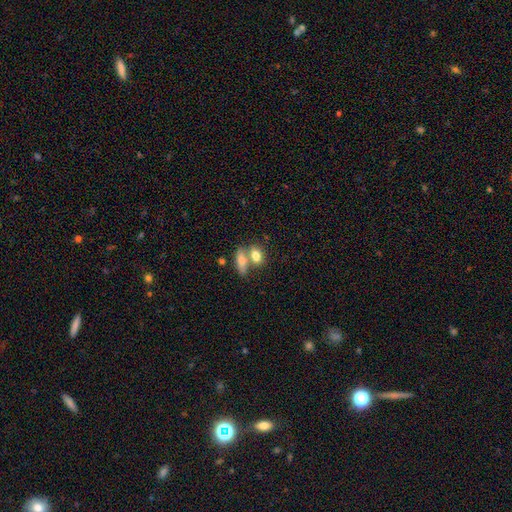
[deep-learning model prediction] Smooth or featured: smooth — 79% (featured or disk — 13%)
How rounded: in between — 76% (round — 18%)
Merging: merger — 51% (none — 36%)